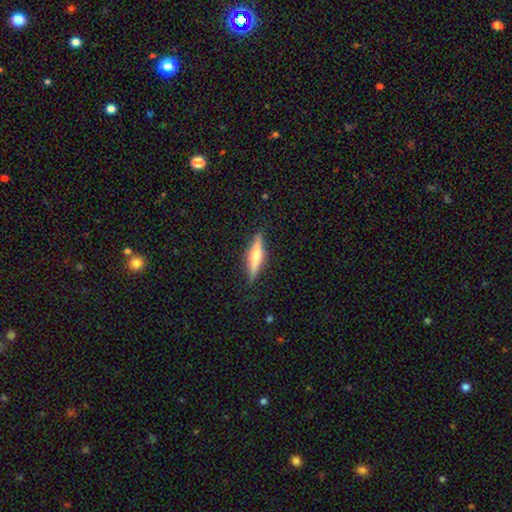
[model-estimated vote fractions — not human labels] Q: Smooth or featured?
A: featured or disk (50%); runner-up: smooth (44%)
Q: Merging?
A: none (87%); runner-up: minor disturbance (10%)